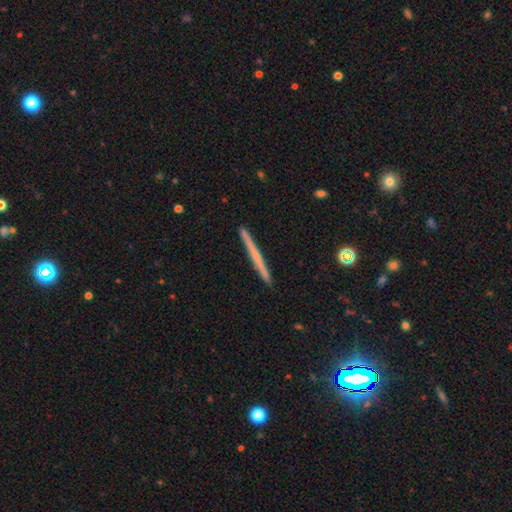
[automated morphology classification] type=featured or disk (48%); merging=none (92%).